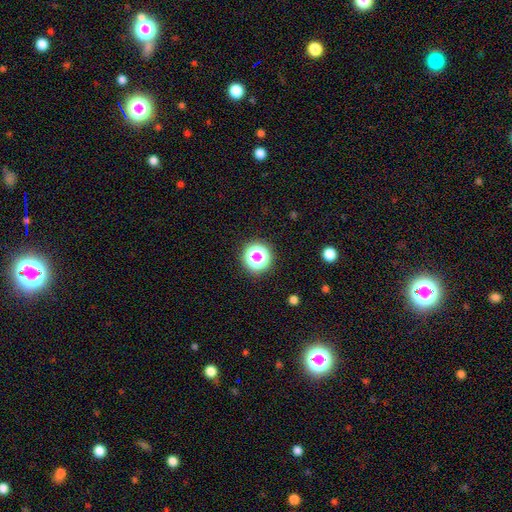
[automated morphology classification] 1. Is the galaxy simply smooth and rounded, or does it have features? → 67% smooth, 20% star or artifact, 14% featured or disk.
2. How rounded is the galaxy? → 92% round, 7% in between, 1% cigar-shaped.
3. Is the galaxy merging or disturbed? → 82% none, 10% minor disturbance, 5% major disturbance, 2% merger.